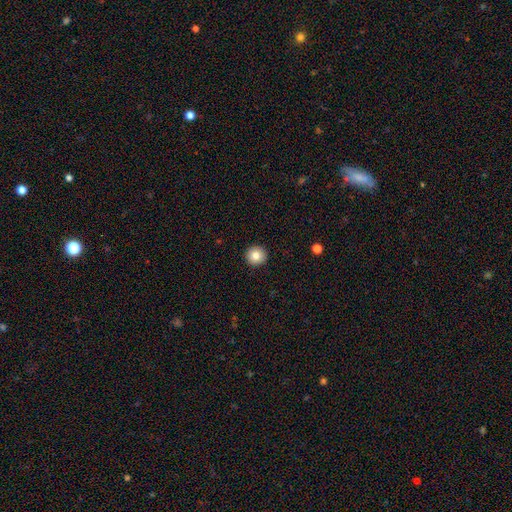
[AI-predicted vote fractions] Q: Smooth or featured?
A: smooth (83%); runner-up: star or artifact (9%)
Q: How rounded?
A: round (95%); runner-up: in between (4%)
Q: Merging?
A: none (93%); runner-up: minor disturbance (4%)